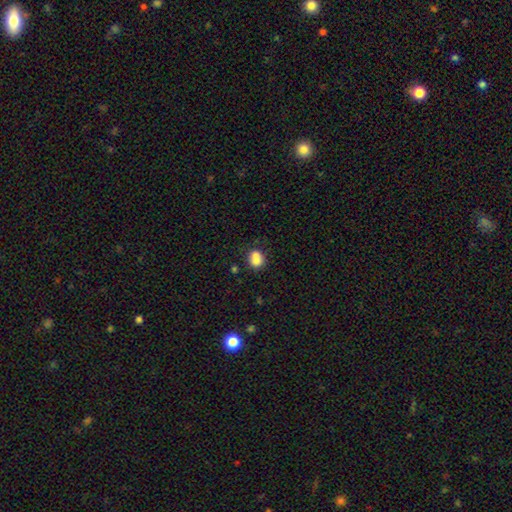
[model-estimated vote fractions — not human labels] Smooth or featured: smooth — 73% (featured or disk — 16%)
How rounded: round — 67% (in between — 32%)
Merging: merger — 50% (none — 36%)